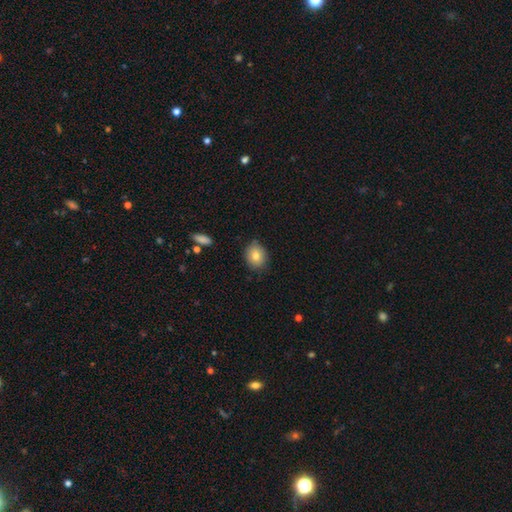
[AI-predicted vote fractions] smooth 80%, featured or disk 11%, star or artifact 9%. Down the decision tree: how rounded — round (57%); merging — none (80%).